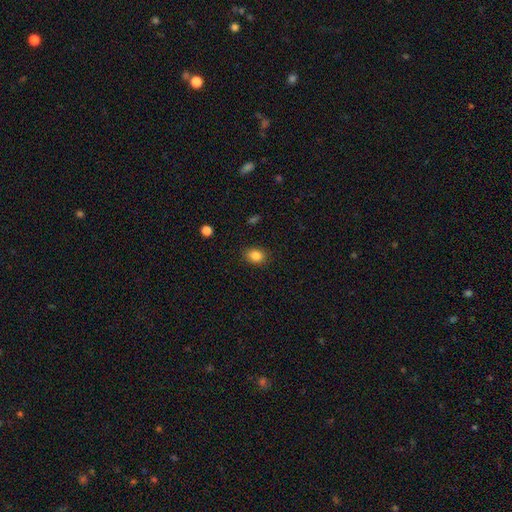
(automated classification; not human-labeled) smooth 84%, star or artifact 10%, featured or disk 6%. Down the decision tree: how rounded — in between (60%); merging — none (87%).